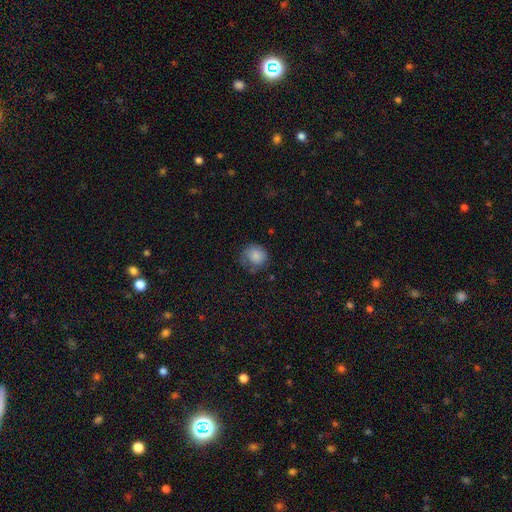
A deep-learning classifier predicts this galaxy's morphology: Smooth or featured? Predicted: smooth (p=0.81). How rounded? Predicted: round (p=0.84). Merging? Predicted: none (p=0.54).